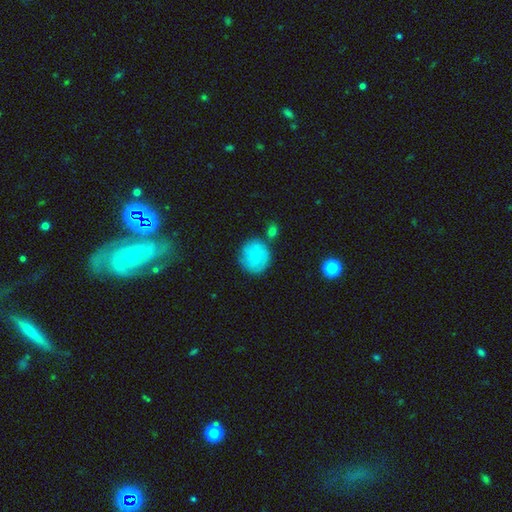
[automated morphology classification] Smooth or featured?
  - smooth: 75% *
  - featured or disk: 18%
  - star or artifact: 7%
How rounded?
  - round: 89% *
  - in between: 10%
  - cigar-shaped: 1%
Merging?
  - none: 69% *
  - minor disturbance: 17%
  - merger: 9%
  - major disturbance: 5%